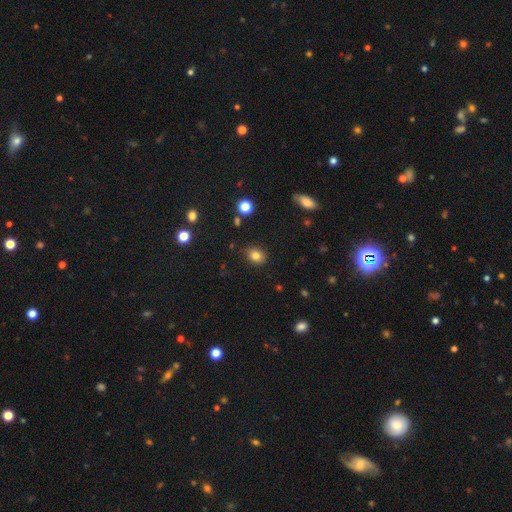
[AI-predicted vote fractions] Smooth or featured?
  - smooth: 82% *
  - star or artifact: 11%
  - featured or disk: 6%
How rounded?
  - in between: 51% *
  - round: 48%
  - cigar-shaped: 1%
Merging?
  - none: 86% *
  - minor disturbance: 10%
  - major disturbance: 3%
  - merger: 2%